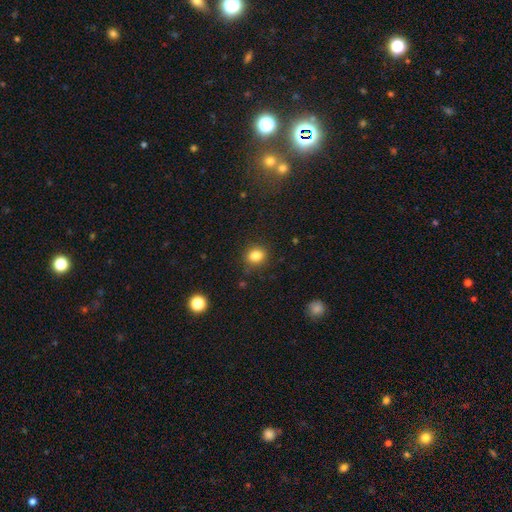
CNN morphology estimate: This appears to be a smooth galaxy with no disk features (84%) that is round (64%). Merging: none (84%).